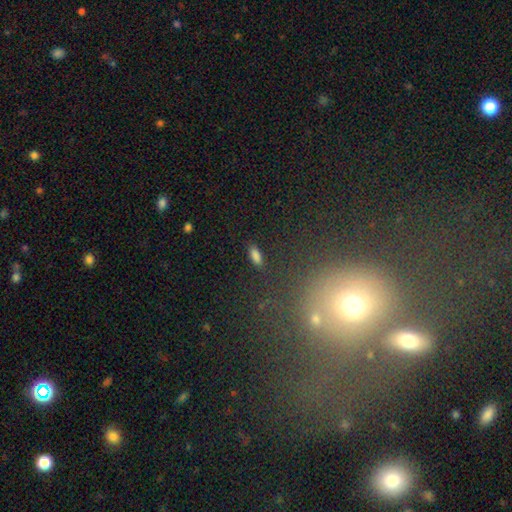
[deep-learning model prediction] This appears to be a smooth galaxy with no disk features (83%) that is in between round and cigar-shaped (80%). Merging: none (86%).